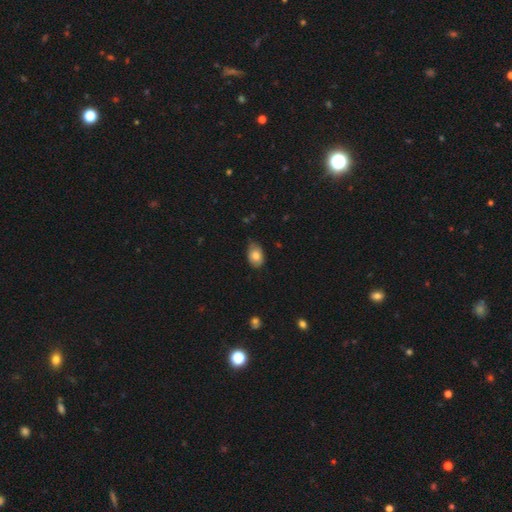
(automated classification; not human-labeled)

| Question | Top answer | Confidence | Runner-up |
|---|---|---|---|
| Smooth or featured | smooth | 80% | featured or disk (12%) |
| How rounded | in between | 82% | round (17%) |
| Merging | none | 66% | minor disturbance (29%) |